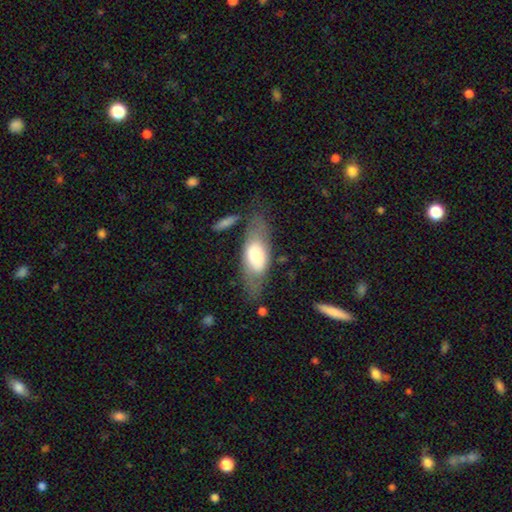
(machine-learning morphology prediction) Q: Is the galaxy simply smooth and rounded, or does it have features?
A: smooth — 58%.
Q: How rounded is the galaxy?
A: in between — 76%.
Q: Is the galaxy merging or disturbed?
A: none — 61%.